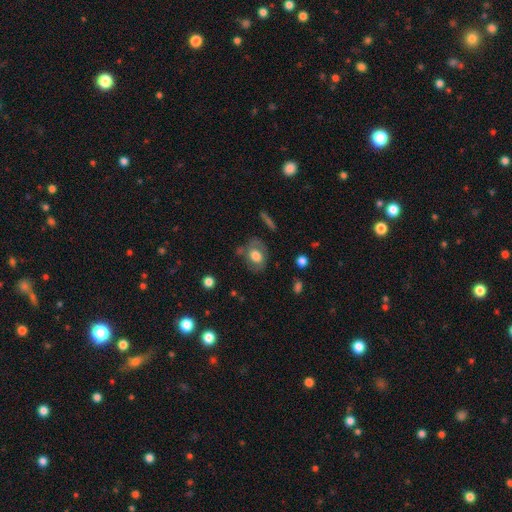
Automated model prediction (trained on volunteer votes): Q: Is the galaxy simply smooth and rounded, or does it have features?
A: smooth — 61%.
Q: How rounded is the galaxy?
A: in between — 64%.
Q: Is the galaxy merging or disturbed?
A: none — 63%.